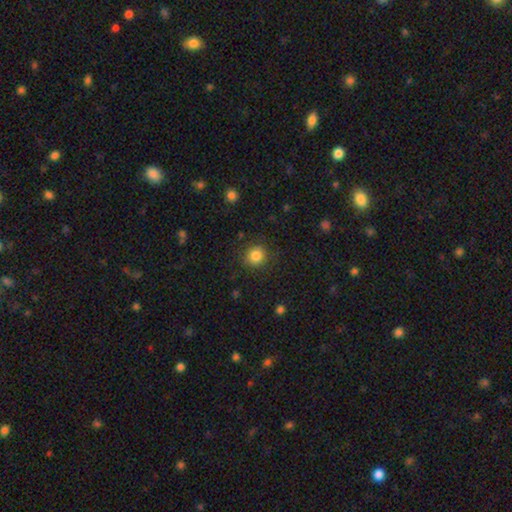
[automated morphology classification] A smooth galaxy with no disk features (85%) that is round (88%). Merging: none (88%).